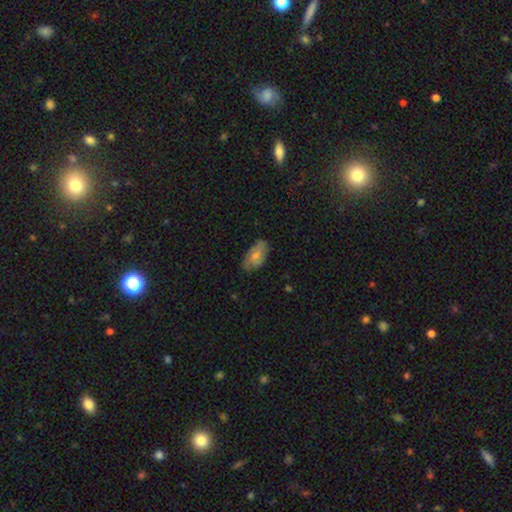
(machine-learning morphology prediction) A smooth galaxy with no disk features (55%) that is in between round and cigar-shaped (90%).

Vote fractions:
- Smooth or featured? smooth: 55% / featured or disk: 36% / star or artifact: 9%
- How rounded? in between: 90% / cigar-shaped: 5% / round: 4%
- Merging? none: 76% / minor disturbance: 20% / major disturbance: 3% / merger: 1%